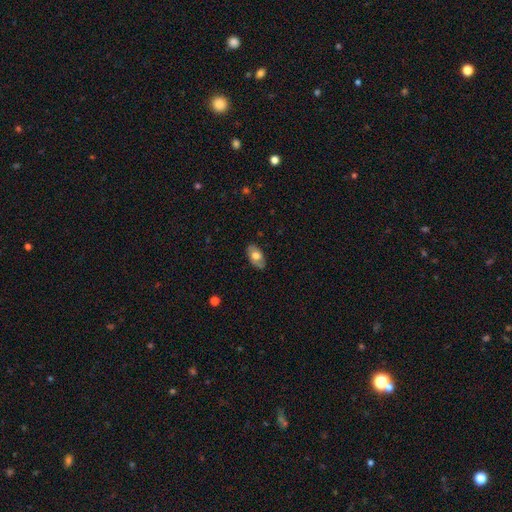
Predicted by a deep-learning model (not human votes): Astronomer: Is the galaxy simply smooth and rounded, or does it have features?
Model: smooth — 60%.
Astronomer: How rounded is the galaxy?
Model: in between — 91%.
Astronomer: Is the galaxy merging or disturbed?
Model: none — 80%.